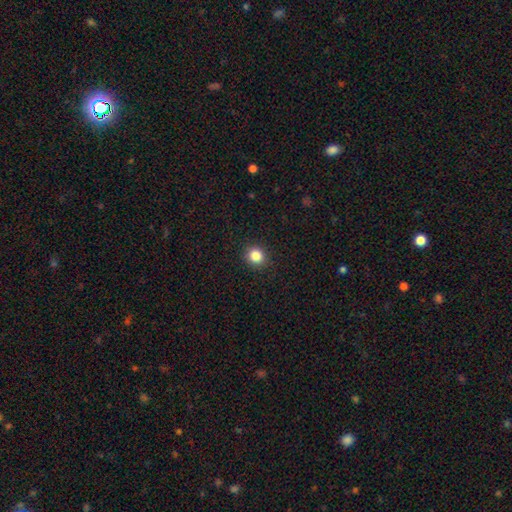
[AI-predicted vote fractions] This appears to be a smooth galaxy with no disk features (85%) that is round (84%). Merging: none (91%).